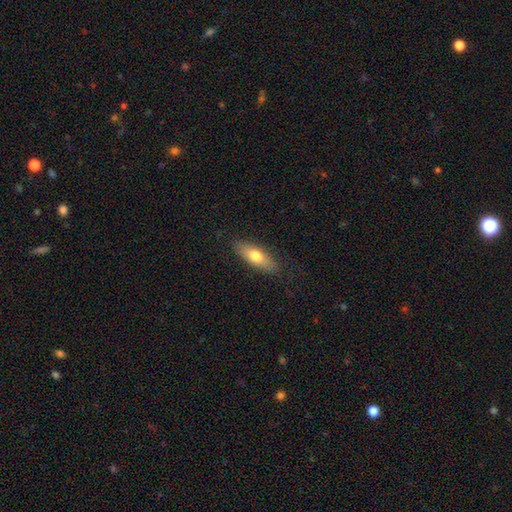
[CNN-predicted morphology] smooth_or_featured: smooth (p=0.70) [alt: featured or disk p=0.24]
how_rounded: in between (p=0.64) [alt: cigar-shaped p=0.34]
merging: none (p=0.84) [alt: minor disturbance p=0.12]